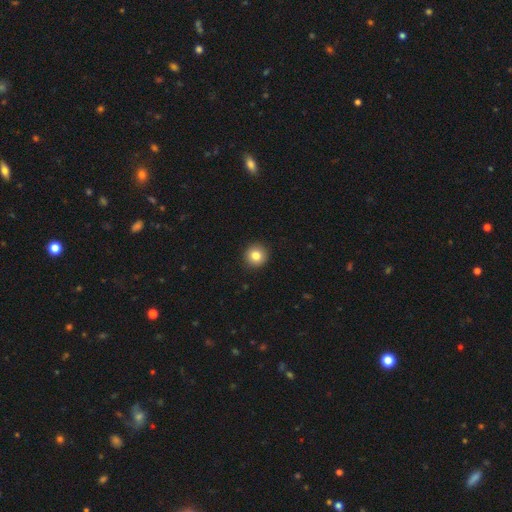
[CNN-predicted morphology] Smooth or featured: smooth — 83% (star or artifact — 10%)
How rounded: round — 95% (in between — 4%)
Merging: none — 93% (minor disturbance — 4%)